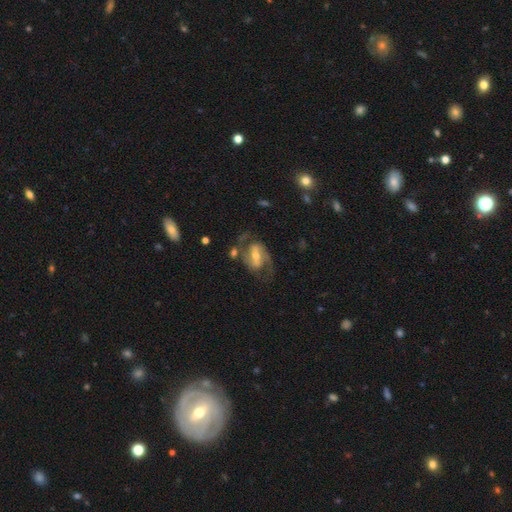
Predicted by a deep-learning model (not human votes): Smooth or featured: featured or disk — 82% (smooth — 12%)
Edge-on disk: no — 96% (yes — 4%)
Bar: strong — 46% (weak — 38%)
Spiral arms: yes — 92% (no — 8%)
Spiral winding: medium — 54% (loose — 29%)
Spiral arm count: 2 — 90% (can't tell — 4%)
Bulge size: moderate — 57% (small — 34%)
Merging: none — 64% (minor disturbance — 17%)